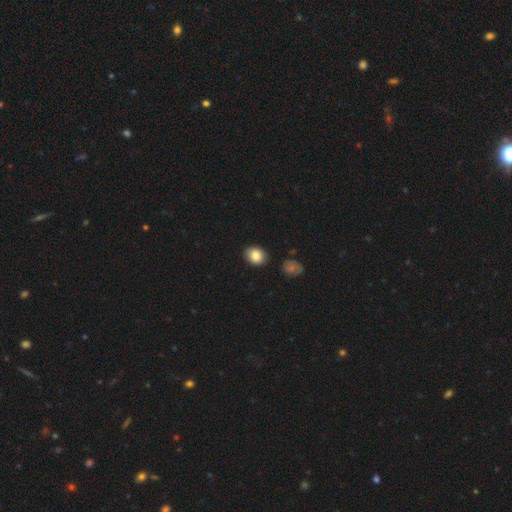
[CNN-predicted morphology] Smooth or featured? smooth (85%)
How rounded? in between (56%)
Merging? none (83%)